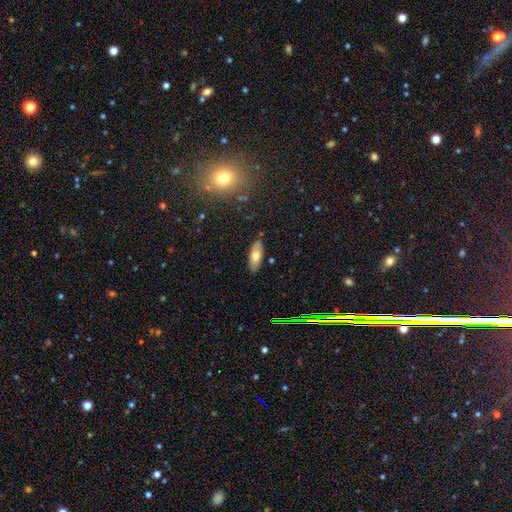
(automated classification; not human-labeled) Smooth or featured? smooth (67%)
How rounded? in between (81%)
Merging? none (85%)